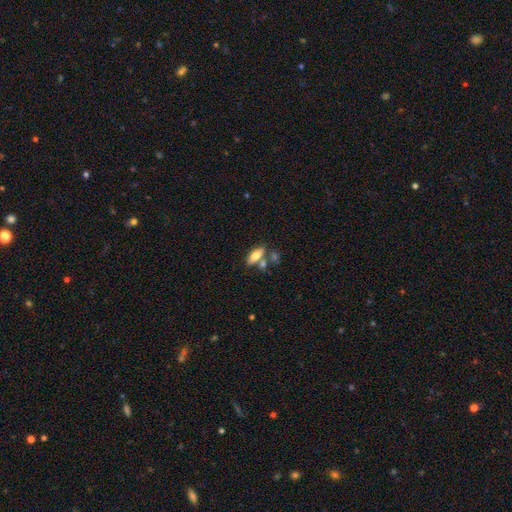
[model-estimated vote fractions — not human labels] Overall: smooth (68%). How rounded: in between (73%). Merging: none (59%; merger 24%).